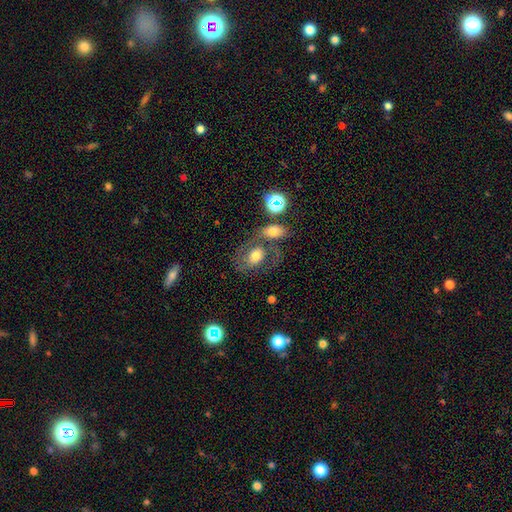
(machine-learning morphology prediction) The model was most divided on "smooth or featured" (2-way tie): featured or disk: 44%, smooth: 44%, star or artifact: 12%. Remaining: merging — none (44%).